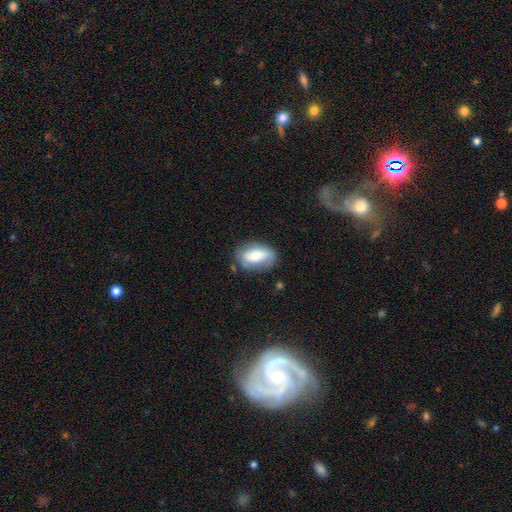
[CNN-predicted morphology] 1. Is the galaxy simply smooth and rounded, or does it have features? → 63% smooth, 30% featured or disk, 7% star or artifact.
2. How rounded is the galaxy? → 86% in between, 8% round, 6% cigar-shaped.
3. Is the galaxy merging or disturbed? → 69% none, 22% minor disturbance, 6% major disturbance, 3% merger.